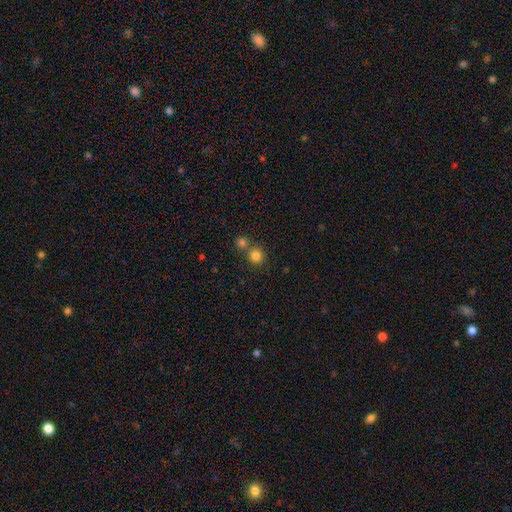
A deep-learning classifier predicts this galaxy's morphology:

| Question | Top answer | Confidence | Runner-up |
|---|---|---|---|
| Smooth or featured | smooth | 80% | star or artifact (14%) |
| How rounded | round | 91% | in between (8%) |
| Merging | none | 60% | merger (31%) |